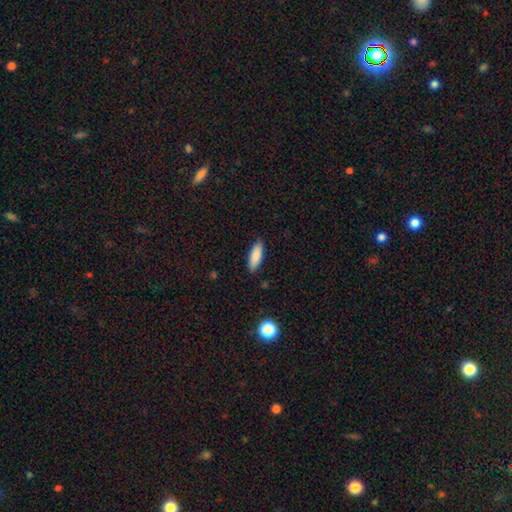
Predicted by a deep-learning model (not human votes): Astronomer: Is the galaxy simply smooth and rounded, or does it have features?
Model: smooth — 87%.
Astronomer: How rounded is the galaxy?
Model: in between — 61% (runner-up: cigar-shaped, 38%).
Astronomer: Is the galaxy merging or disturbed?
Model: none — 87%.